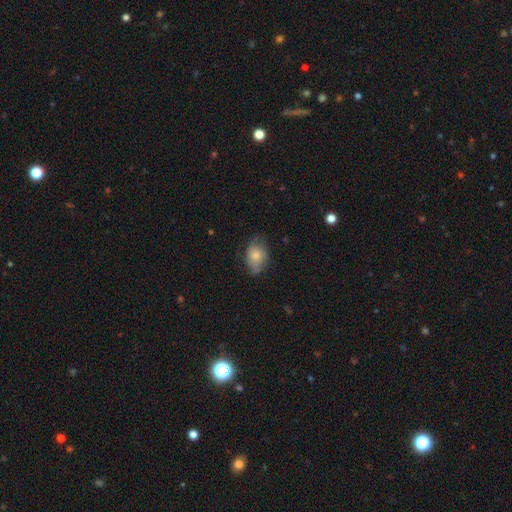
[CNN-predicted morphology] This appears to be a smooth galaxy with no disk features (69%) that is in between round and cigar-shaped (78%). Merging: none (58%).